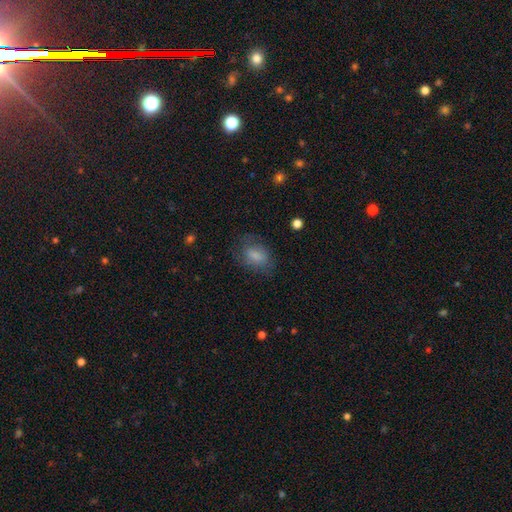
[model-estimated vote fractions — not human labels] A smooth galaxy with no disk features (74%) that is in between round and cigar-shaped (81%).

Vote fractions:
- Smooth or featured? smooth: 74% / featured or disk: 18% / star or artifact: 8%
- How rounded? in between: 81% / round: 17% / cigar-shaped: 2%
- Merging? none: 62% / minor disturbance: 22% / major disturbance: 14% / merger: 1%